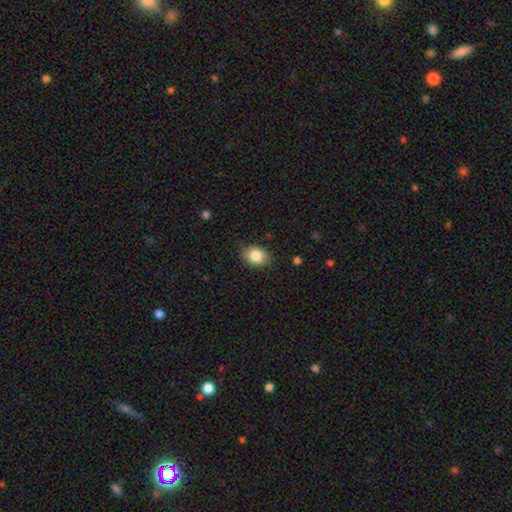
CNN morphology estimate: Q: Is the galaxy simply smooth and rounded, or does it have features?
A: smooth — 85%.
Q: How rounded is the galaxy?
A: in between — 63%.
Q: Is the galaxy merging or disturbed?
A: none — 85%.